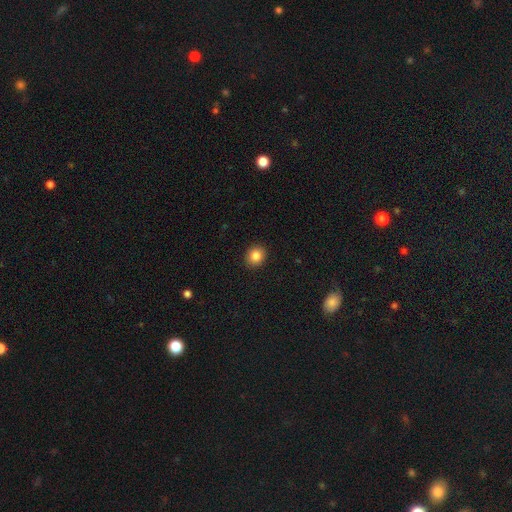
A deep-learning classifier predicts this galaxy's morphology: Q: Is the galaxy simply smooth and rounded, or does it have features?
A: smooth — 85%.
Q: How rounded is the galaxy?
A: round — 76%.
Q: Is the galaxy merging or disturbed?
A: none — 91%.